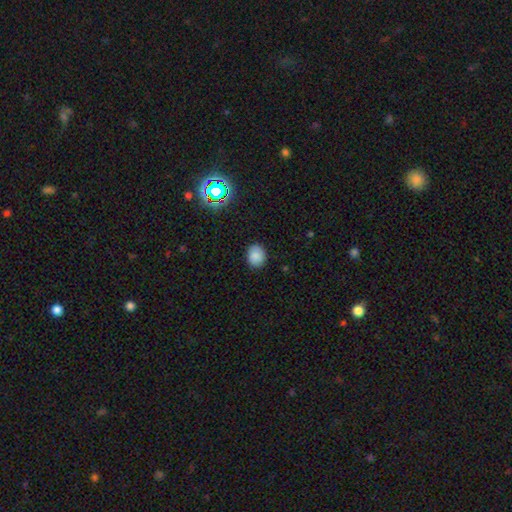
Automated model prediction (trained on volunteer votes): Smooth or featured? Predicted: smooth (p=0.83). How rounded? Predicted: round (p=0.60). Merging? Predicted: none (p=0.86).